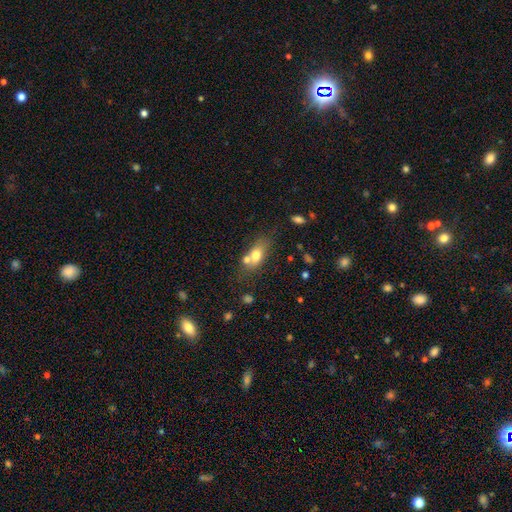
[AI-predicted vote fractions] This appears to be a smooth galaxy with no disk features (70%) that is in between round and cigar-shaped (75%). Merging: none (43%).